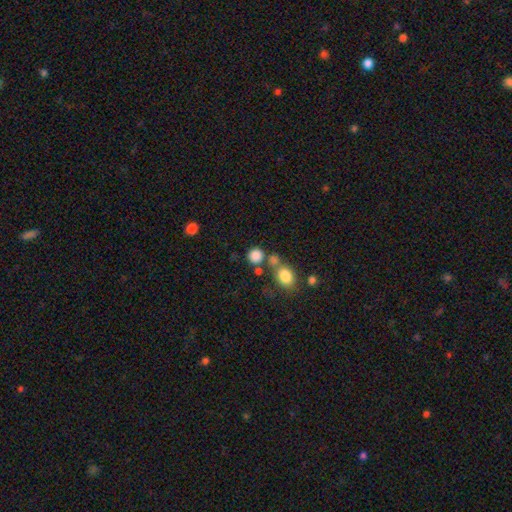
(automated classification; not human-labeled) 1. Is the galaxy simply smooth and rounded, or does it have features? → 83% smooth, 12% star or artifact, 5% featured or disk.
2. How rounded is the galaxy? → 88% round, 11% in between, 1% cigar-shaped.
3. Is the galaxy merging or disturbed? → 67% none, 19% merger, 9% minor disturbance, 5% major disturbance.